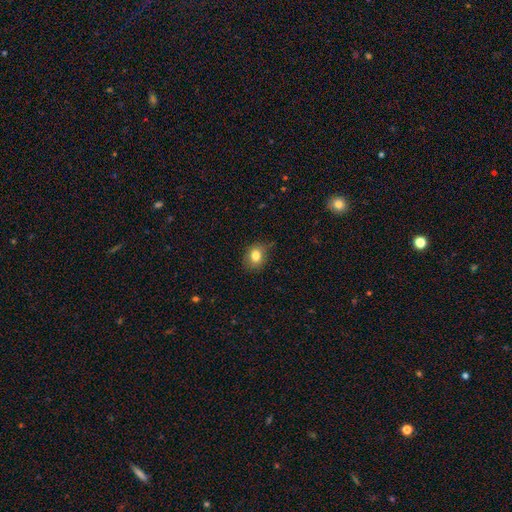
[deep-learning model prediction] Overall: smooth (81%). How rounded: round (52%; in between 47%). Merging: none (74%).